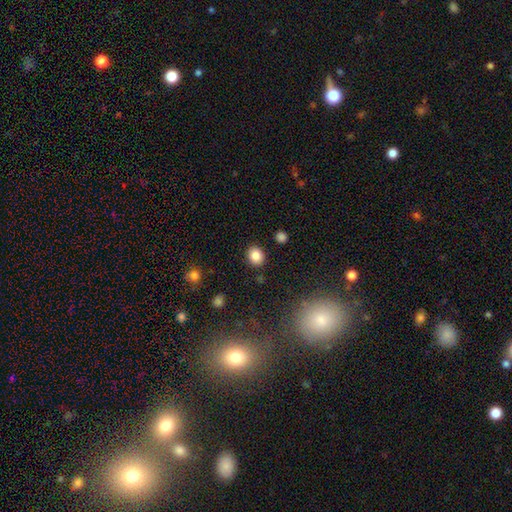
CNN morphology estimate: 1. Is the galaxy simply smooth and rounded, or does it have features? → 85% smooth, 10% star or artifact, 5% featured or disk.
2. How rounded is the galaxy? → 69% round, 31% in between, 1% cigar-shaped.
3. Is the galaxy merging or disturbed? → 88% none, 7% minor disturbance, 2% major disturbance, 2% merger.